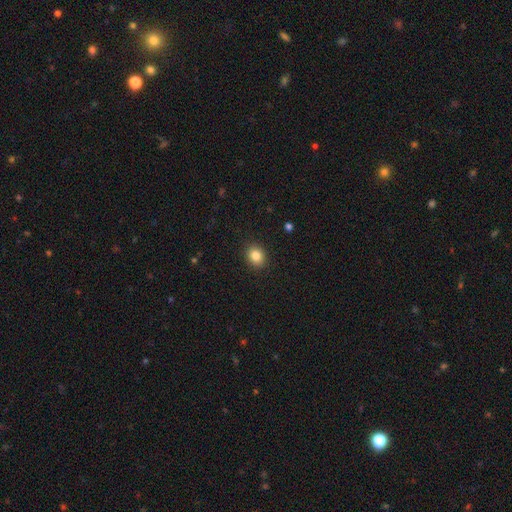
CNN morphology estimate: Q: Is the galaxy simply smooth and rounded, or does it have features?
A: smooth — 85%.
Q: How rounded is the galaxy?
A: round — 62%.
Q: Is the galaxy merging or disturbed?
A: none — 90%.